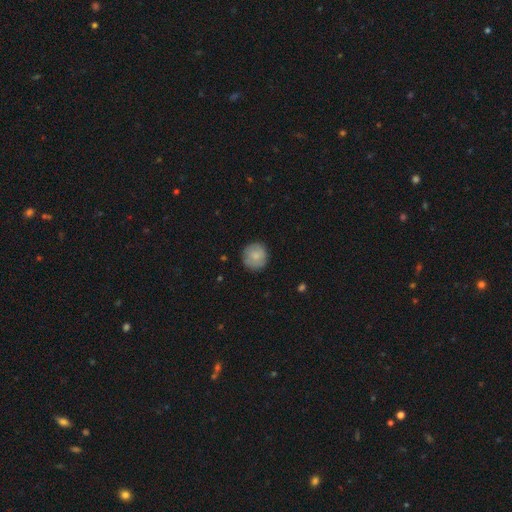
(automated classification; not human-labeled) This is clearly a smooth galaxy (83%). How rounded: clearly round (94%). Merging: clearly none (87%).